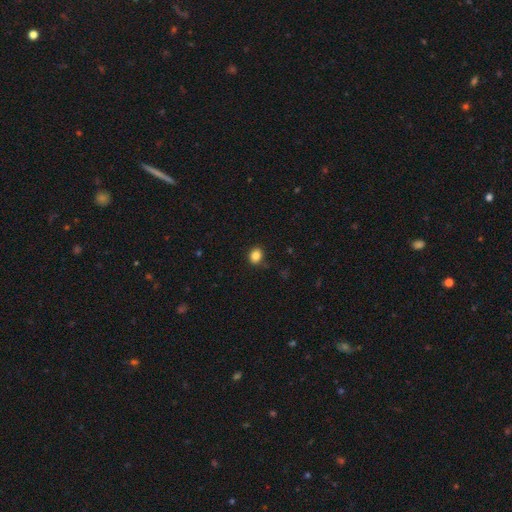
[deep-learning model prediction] This is clearly a smooth galaxy (85%). How rounded: possibly round (56%). Merging: clearly none (88%).